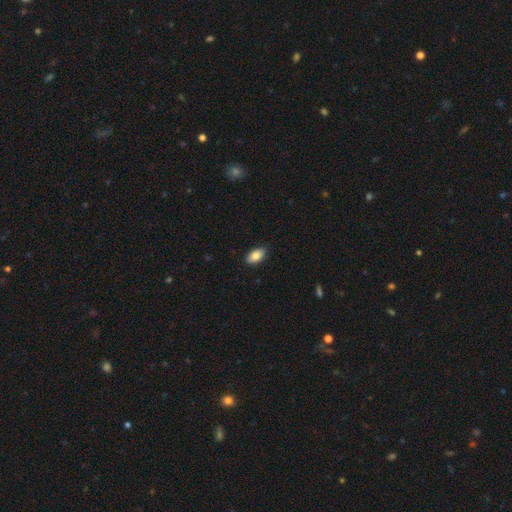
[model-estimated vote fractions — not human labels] Smooth or featured? smooth (83%)
How rounded? in between (93%)
Merging? none (88%)